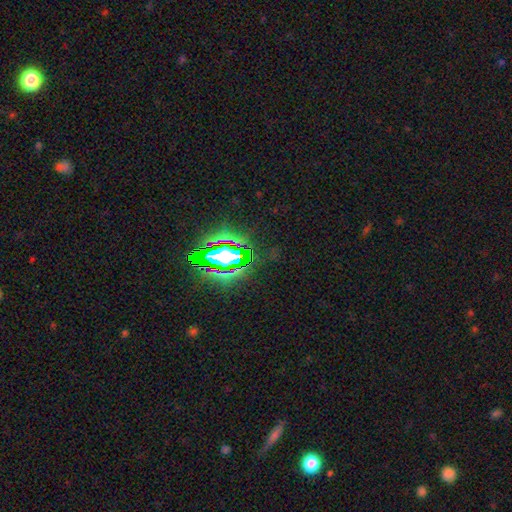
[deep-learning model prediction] A star or artifact, not a galaxy (75%).

Vote fractions:
- Smooth or featured? star or artifact: 75% / smooth: 13% / featured or disk: 12%